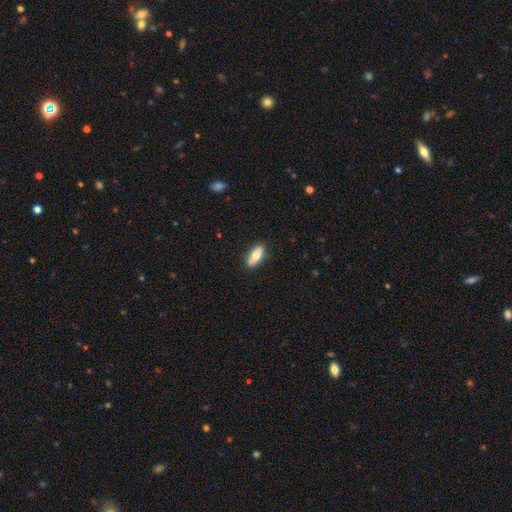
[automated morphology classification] Smooth or featured? Predicted: smooth (p=0.64). How rounded? Predicted: in between (p=0.79). Merging? Predicted: none (p=0.83).